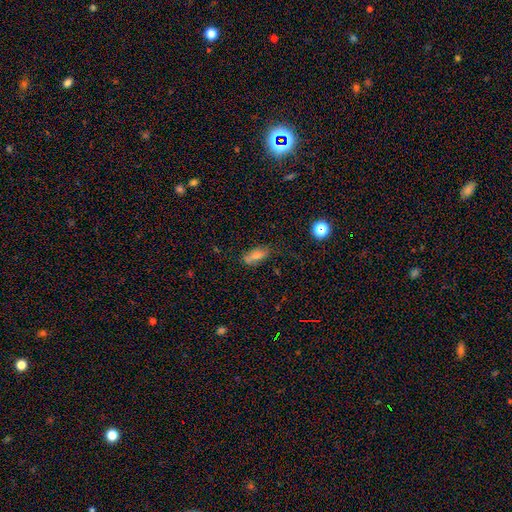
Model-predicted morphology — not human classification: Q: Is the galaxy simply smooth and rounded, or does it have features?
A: smooth — 70%.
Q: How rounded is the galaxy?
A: in between — 79%.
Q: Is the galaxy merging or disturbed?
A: none — 62%.